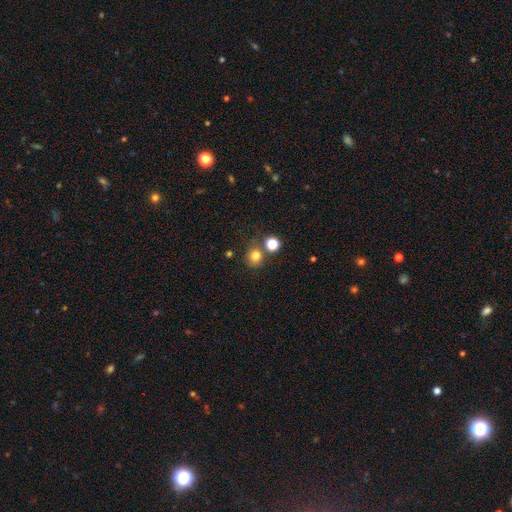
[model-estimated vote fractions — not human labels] Smooth or featured? smooth (78%)
How rounded? round (81%)
Merging? none (72%)